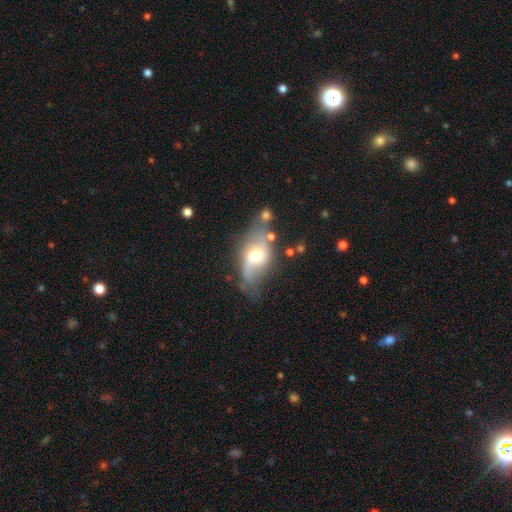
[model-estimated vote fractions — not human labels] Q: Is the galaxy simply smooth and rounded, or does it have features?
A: featured or disk — 50%.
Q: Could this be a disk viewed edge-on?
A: no — 83%.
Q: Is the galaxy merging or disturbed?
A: none — 48%.